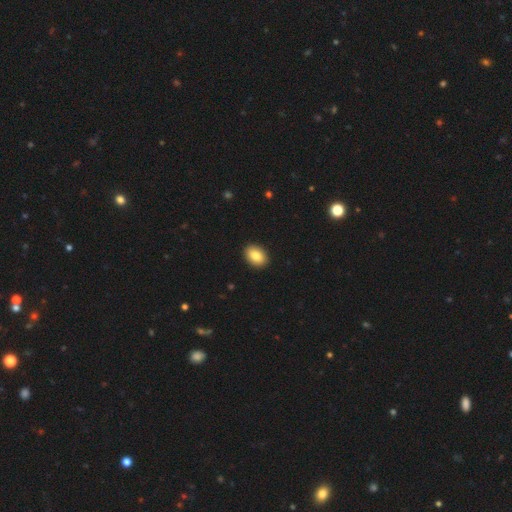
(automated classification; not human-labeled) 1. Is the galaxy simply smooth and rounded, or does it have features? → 85% smooth, 8% featured or disk, 7% star or artifact.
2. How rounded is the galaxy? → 79% in between, 20% round, 1% cigar-shaped.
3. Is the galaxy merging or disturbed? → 92% none, 6% minor disturbance, 2% major disturbance, 1% merger.